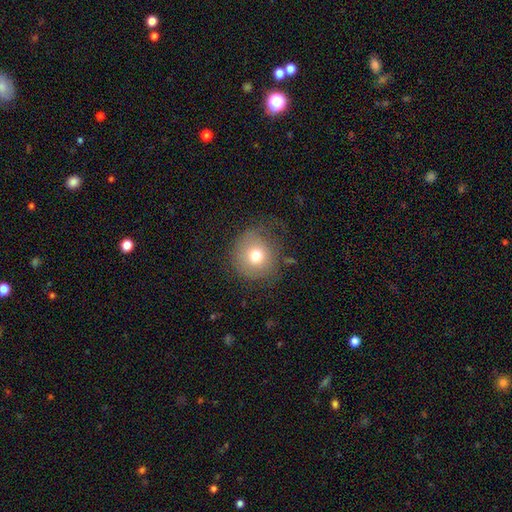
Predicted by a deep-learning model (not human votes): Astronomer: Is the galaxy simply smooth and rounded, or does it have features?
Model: smooth — 72%.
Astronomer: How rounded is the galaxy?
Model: round — 90%.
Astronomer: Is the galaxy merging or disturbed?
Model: none — 63%.